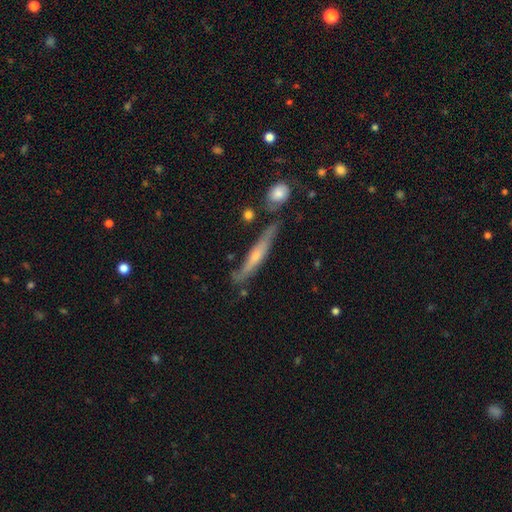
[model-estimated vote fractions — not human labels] featured or disk 66%, smooth 28%, star or artifact 7%. Down the decision tree: edge-on disk — yes (87%); edge-on bulge — rounded (67%); merging — none (68%).